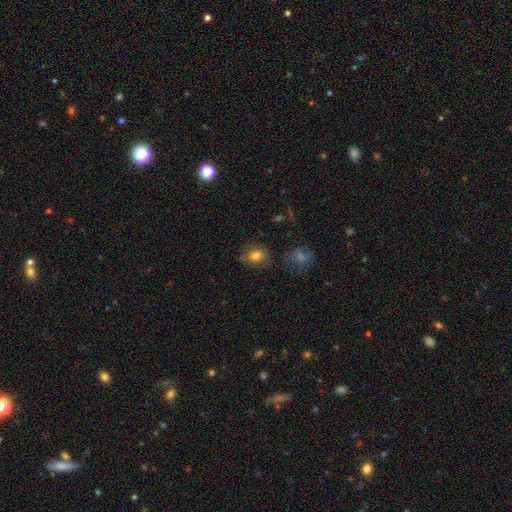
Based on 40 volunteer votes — This is clearly a smooth galaxy (80%). How rounded: possibly round (53%). Merging: clearly none (80%).